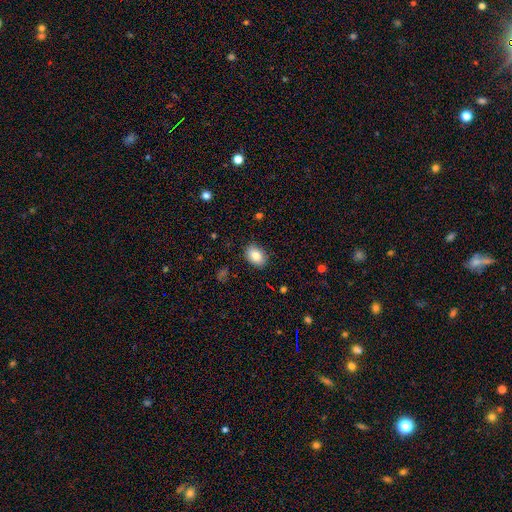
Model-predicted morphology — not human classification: This appears to be a smooth galaxy with no disk features (83%) that is in between round and cigar-shaped (74%). Merging: none (86%).